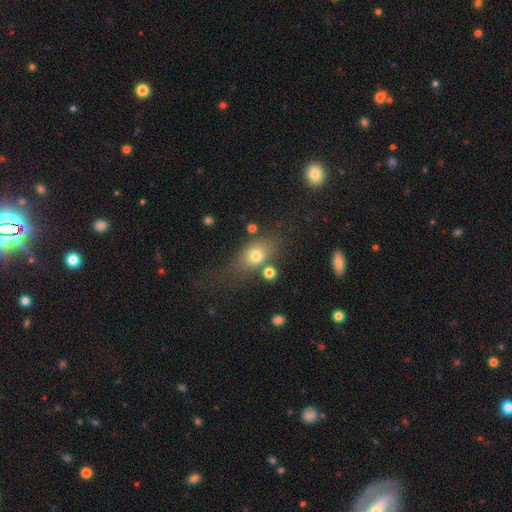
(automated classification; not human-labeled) Morphology: type=smooth (73%); roundness=in between (64%); merging=none (52%).